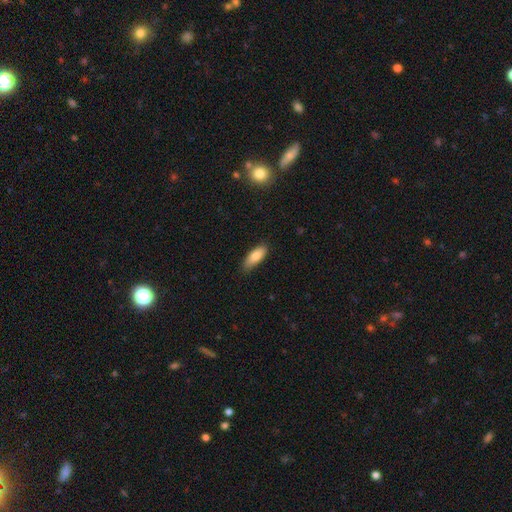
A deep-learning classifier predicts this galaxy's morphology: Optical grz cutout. It shows a smooth galaxy with no disk features (83%) that is in between round and cigar-shaped (71%). Merging: none (80%).